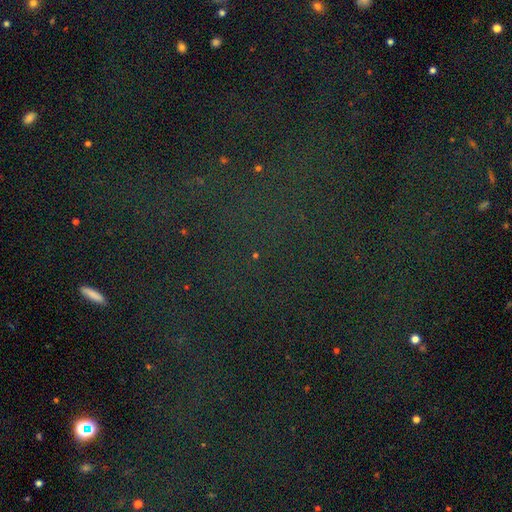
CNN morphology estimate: Smooth or featured? star or artifact (76%)